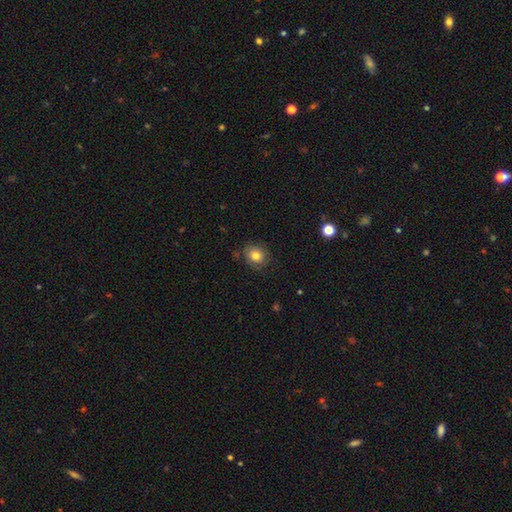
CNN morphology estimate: smooth-or-featured: smooth: 76% | featured or disk: 14% | star or artifact: 10%
  how-rounded: round: 73% | in between: 26% | cigar-shaped: 1%
  merging: none: 79% | minor disturbance: 15% | major disturbance: 4% | merger: 2%